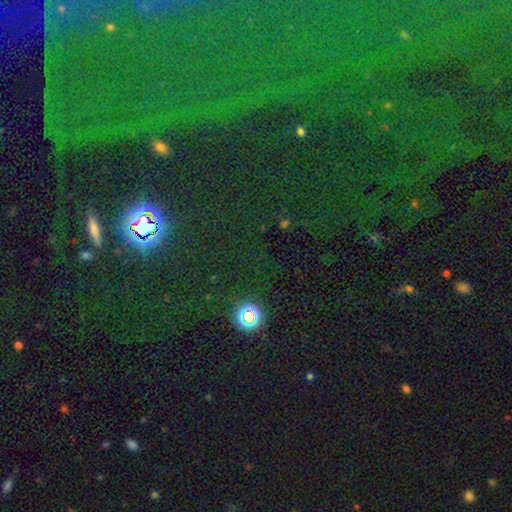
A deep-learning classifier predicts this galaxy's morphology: This is likely a star or artifact rather than a galaxy (68%).